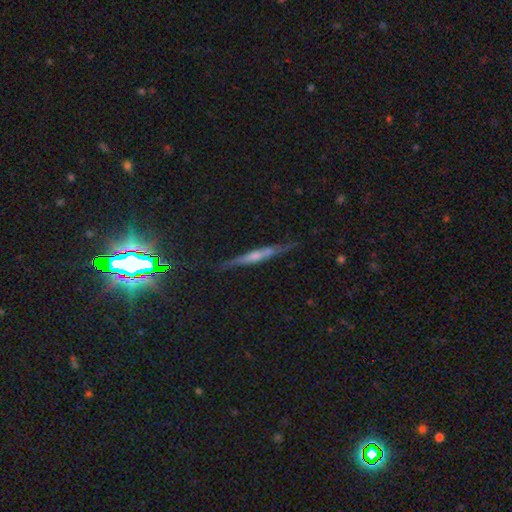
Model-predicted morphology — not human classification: Smooth or featured?
  - featured or disk: 60% *
  - smooth: 26%
  - star or artifact: 14%
Edge-on disk?
  - yes: 93% *
  - no: 7%
Edge-on bulge?
  - rounded: 52% *
  - none: 30%
  - boxy: 18%
Merging?
  - none: 80% *
  - minor disturbance: 14%
  - major disturbance: 3%
  - merger: 2%